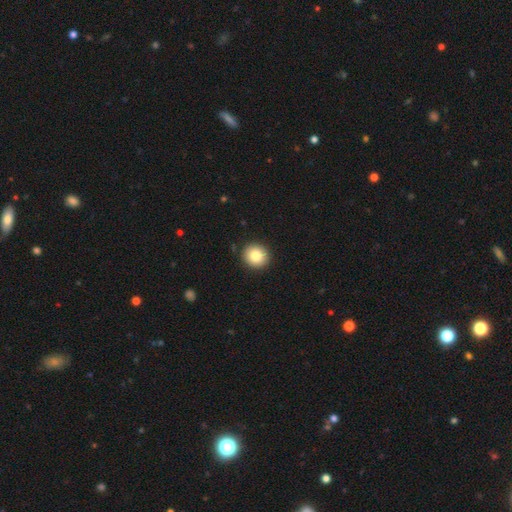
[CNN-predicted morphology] Smooth or featured? smooth (83%)
How rounded? round (90%)
Merging? none (91%)